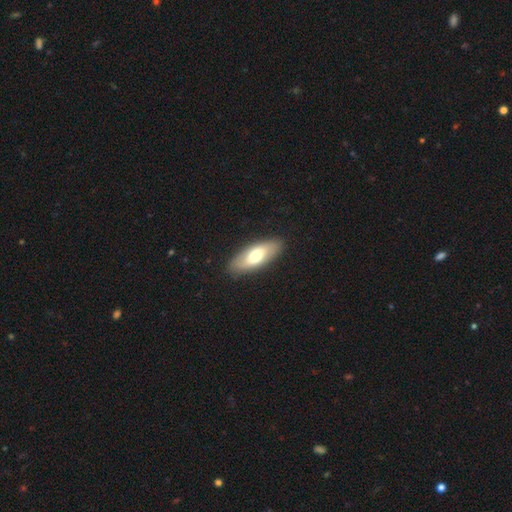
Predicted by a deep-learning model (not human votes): This appears to be a smooth galaxy with no disk features (60%) that is in between round and cigar-shaped (78%). Merging: none (88%).